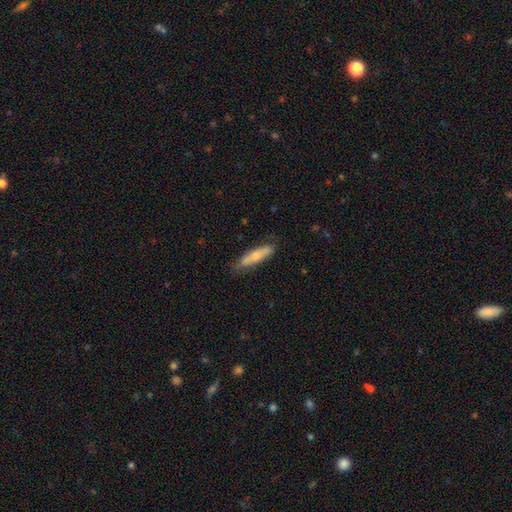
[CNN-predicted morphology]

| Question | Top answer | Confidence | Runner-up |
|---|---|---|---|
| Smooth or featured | smooth | 61% | featured or disk (34%) |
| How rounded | cigar-shaped | 73% | in between (25%) |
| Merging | none | 78% | minor disturbance (17%) |